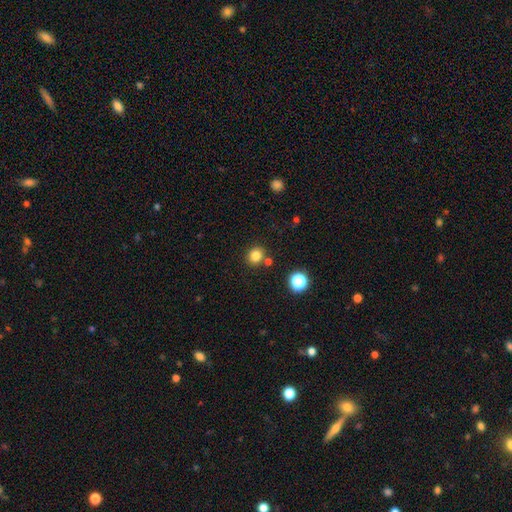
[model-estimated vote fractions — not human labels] A smooth galaxy with no disk features (81%) that is round (83%). Merging: none (80%).